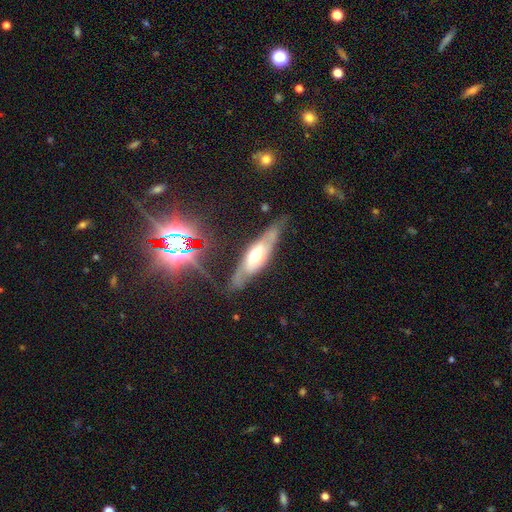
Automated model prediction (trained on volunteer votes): Morphology: type=featured or disk (65%); edge-on=yes (52%); merging=none (68%).